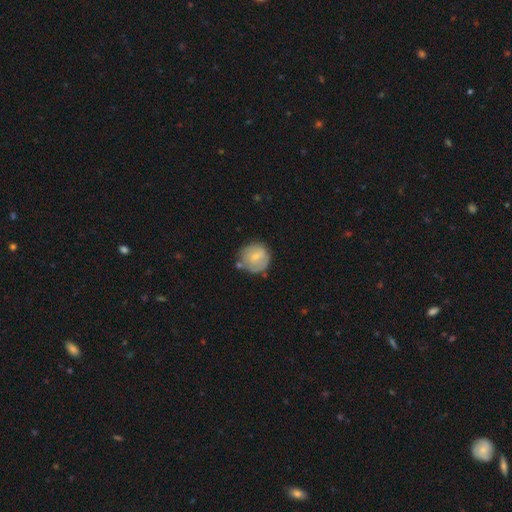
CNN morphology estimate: Overall: smooth (62%; featured or disk 31%). How rounded: round (90%). Merging: none (63%).